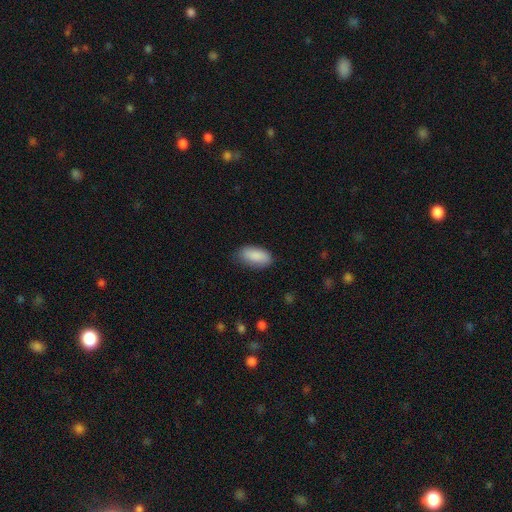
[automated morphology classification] A smooth galaxy with no disk features (88%) that is in between round and cigar-shaped (92%).

Vote fractions:
- Smooth or featured? smooth: 88% / star or artifact: 6% / featured or disk: 6%
- How rounded? in between: 92% / cigar-shaped: 6% / round: 2%
- Merging? none: 77% / minor disturbance: 18% / major disturbance: 4% / merger: 1%